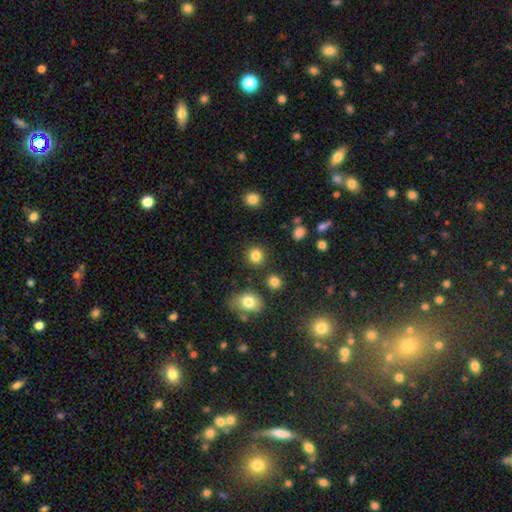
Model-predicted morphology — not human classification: smooth_or_featured: smooth (p=0.84) [alt: star or artifact p=0.11]
how_rounded: round (p=0.88) [alt: in between p=0.11]
merging: none (p=0.87) [alt: minor disturbance p=0.07]